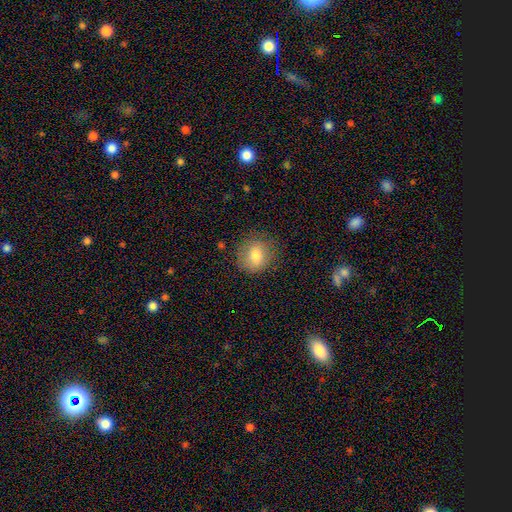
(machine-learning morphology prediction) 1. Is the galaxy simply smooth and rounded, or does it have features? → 79% smooth, 12% featured or disk, 9% star or artifact.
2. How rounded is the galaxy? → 78% round, 21% in between, 1% cigar-shaped.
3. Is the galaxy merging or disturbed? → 78% none, 16% minor disturbance, 5% major disturbance, 1% merger.